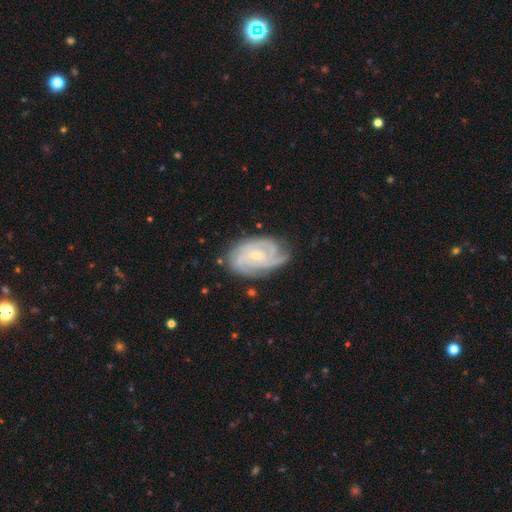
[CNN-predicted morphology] A featured or disk galaxy (85%) with no bar (62%), 3 (30%) tight (64%) spiral arms (97%) and a small central bulge (73%).

Vote fractions:
- Smooth or featured? featured or disk: 85% / smooth: 9% / star or artifact: 6%
- Edge-on disk? no: 97% / yes: 3%
- Bar? no: 62% / weak: 31% / strong: 6%
- Spiral arms? yes: 97% / no: 3%
- Spiral winding? tight: 64% / medium: 30% / loose: 6%
- Spiral arm count? 3: 30% / can't tell: 23% / 4: 18% / 2: 17% / more than 4: 6% / 1: 5%
- Bulge size? small: 73% / moderate: 24% / none: 2% / large: 1% / dominant: 1%
- Merging? none: 71% / minor disturbance: 21% / major disturbance: 6% / merger: 2%